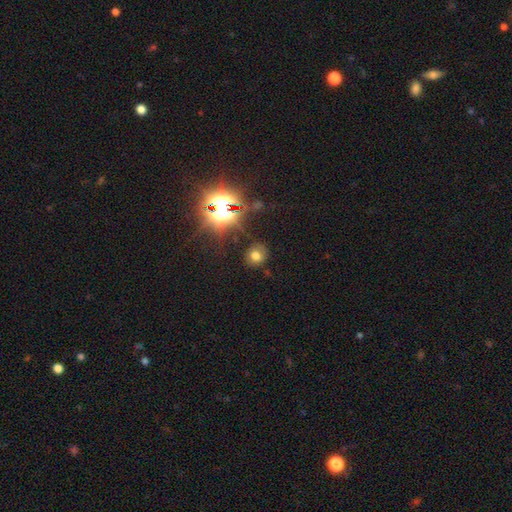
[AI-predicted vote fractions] Smooth or featured: smooth — 66% (star or artifact — 24%)
How rounded: round — 80% (in between — 19%)
Merging: none — 79% (minor disturbance — 13%)